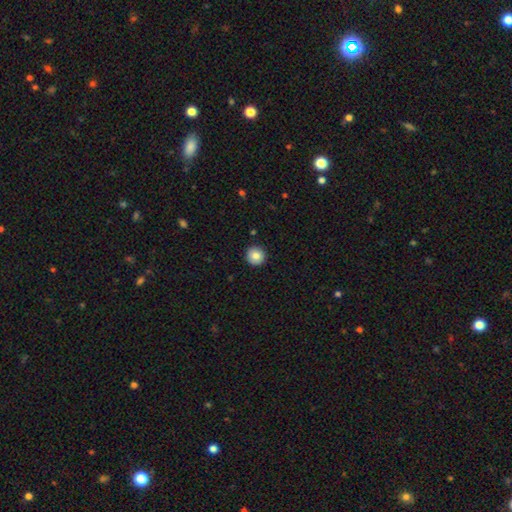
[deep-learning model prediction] smooth 81%, featured or disk 10%, star or artifact 9%. Down the decision tree: how rounded — round (96%); merging — none (93%).